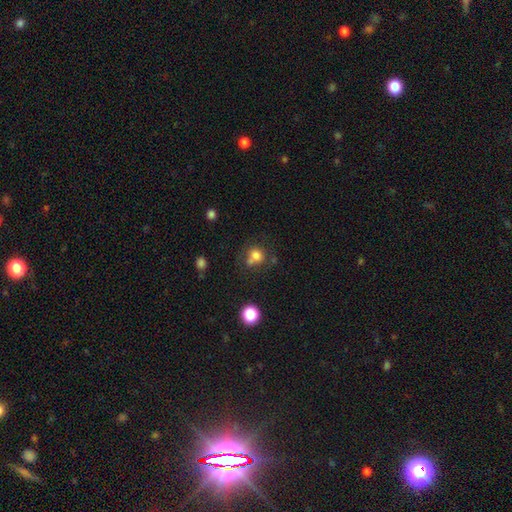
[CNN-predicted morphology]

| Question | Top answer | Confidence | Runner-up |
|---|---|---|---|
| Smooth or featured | smooth | 75% | star or artifact (14%) |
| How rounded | round | 72% | in between (27%) |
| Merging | none | 47% | merger (25%) |